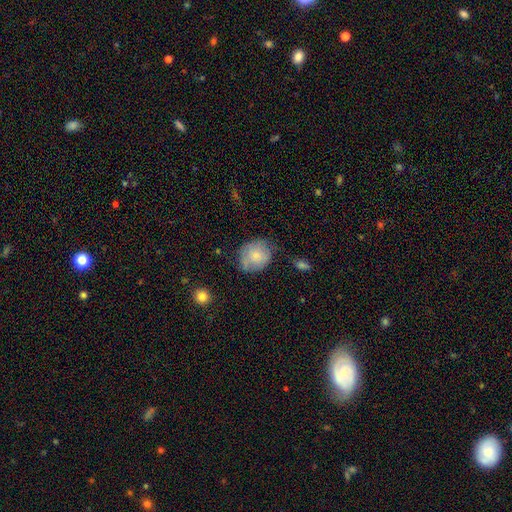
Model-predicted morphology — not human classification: Smooth or featured?
  - smooth: 70% *
  - featured or disk: 23%
  - star or artifact: 7%
How rounded?
  - round: 69% *
  - in between: 30%
  - cigar-shaped: 1%
Merging?
  - none: 56% *
  - minor disturbance: 31%
  - major disturbance: 10%
  - merger: 4%